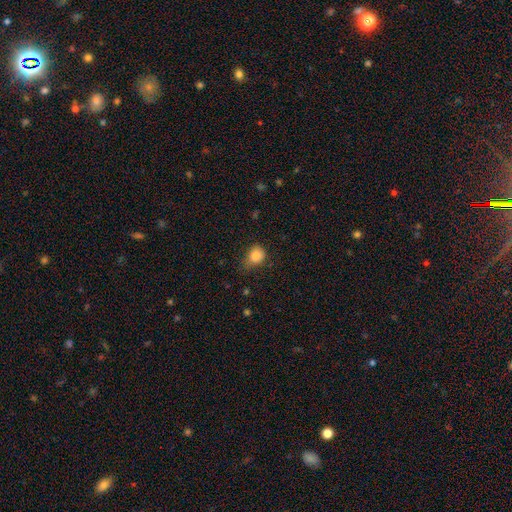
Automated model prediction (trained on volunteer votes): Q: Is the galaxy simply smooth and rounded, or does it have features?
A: smooth — 84%.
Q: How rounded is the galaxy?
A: round — 57%.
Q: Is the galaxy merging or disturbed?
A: none — 52%.